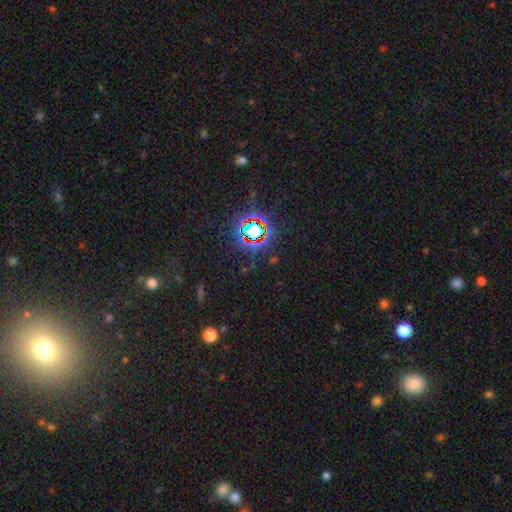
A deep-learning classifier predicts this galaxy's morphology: Smooth or featured: star or artifact — 73% (smooth — 17%)